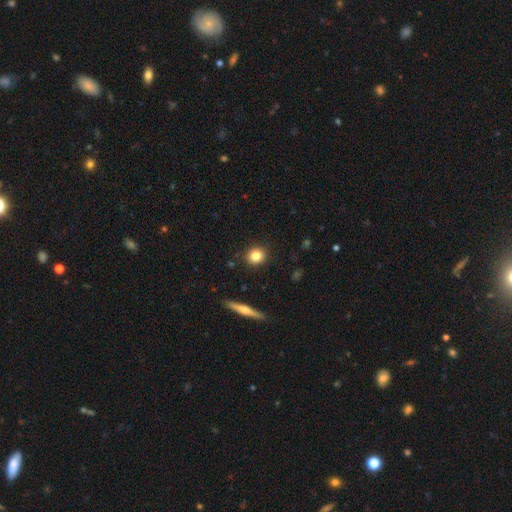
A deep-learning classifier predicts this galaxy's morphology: This appears to be a smooth galaxy with no disk features (81%) that is round (84%). Merging: none (90%).